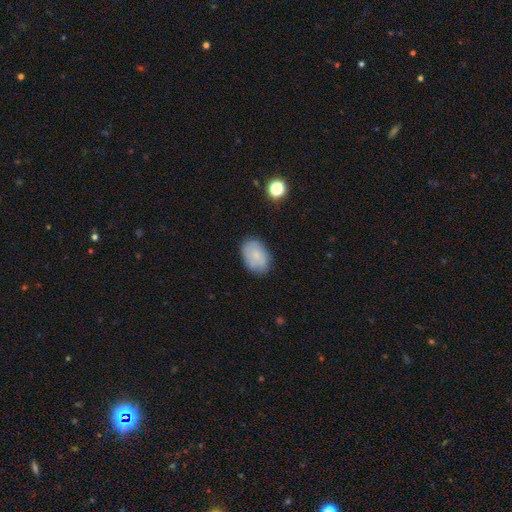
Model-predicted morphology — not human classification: Smooth or featured? Predicted: smooth (p=0.72). How rounded? Predicted: in between (p=0.85). Merging? Predicted: none (p=0.80).